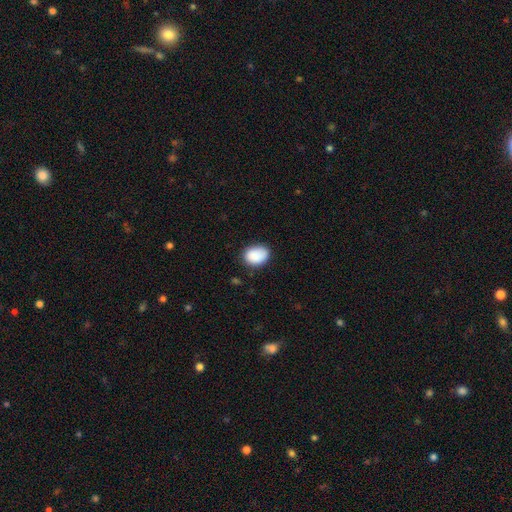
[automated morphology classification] A smooth galaxy with no disk features (88%) that is in between round and cigar-shaped (69%).

Vote fractions:
- Smooth or featured? smooth: 88% / star or artifact: 7% / featured or disk: 4%
- How rounded? in between: 69% / round: 30% / cigar-shaped: 1%
- Merging? none: 76% / minor disturbance: 19% / major disturbance: 4% / merger: 2%